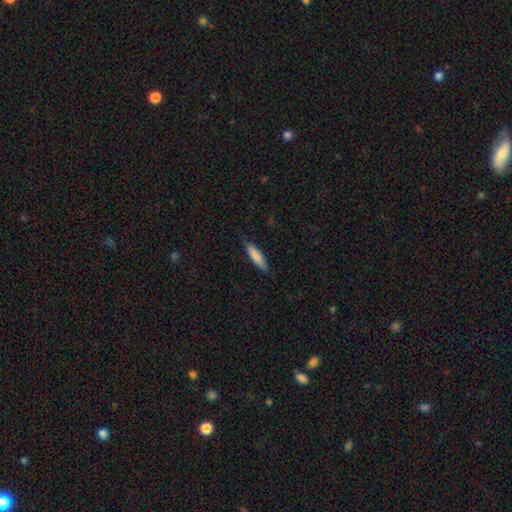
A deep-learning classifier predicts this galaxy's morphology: The model was most divided on "how rounded": cigar-shaped: 74%, in between: 25%, round: 1%. More confident: merging — none (84%); smooth or featured — smooth (82%).